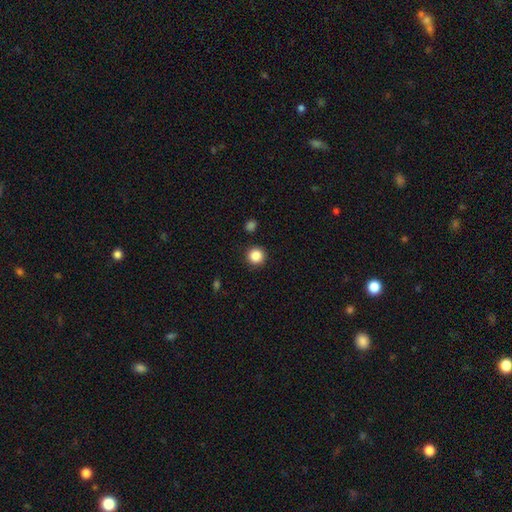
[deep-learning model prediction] This appears to be a smooth galaxy with no disk features (87%) that is round (95%). Merging: none (91%).